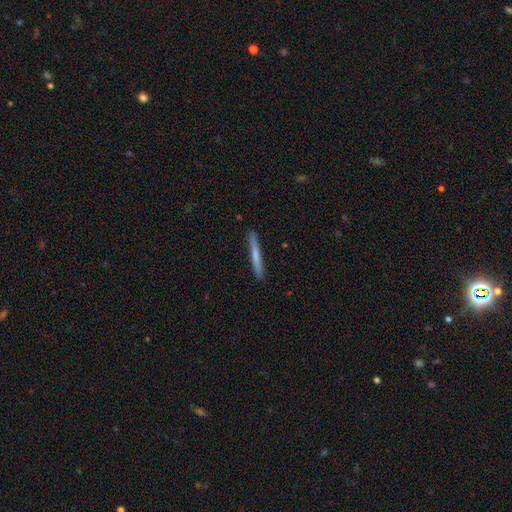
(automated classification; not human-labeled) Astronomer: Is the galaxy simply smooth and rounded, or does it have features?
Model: smooth — 62%.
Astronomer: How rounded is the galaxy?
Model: cigar-shaped — 97%.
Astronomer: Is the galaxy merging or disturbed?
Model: none — 90%.